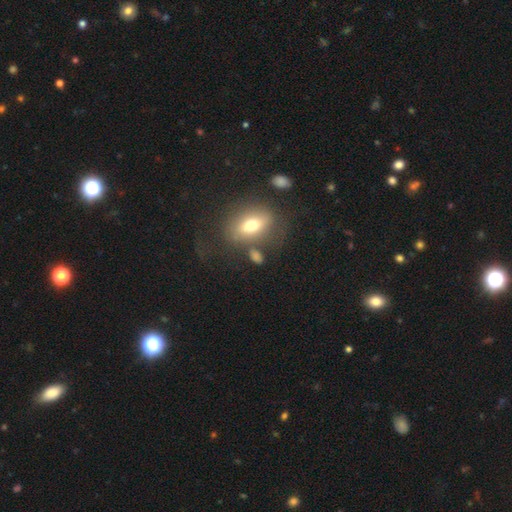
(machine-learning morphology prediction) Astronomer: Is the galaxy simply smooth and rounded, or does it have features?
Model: smooth — 68%.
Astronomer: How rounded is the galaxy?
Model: in between — 74%.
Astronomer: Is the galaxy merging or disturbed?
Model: none — 59%.